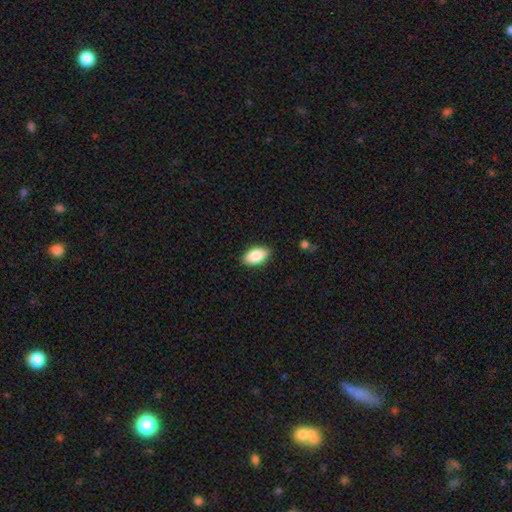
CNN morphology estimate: This appears to be a smooth galaxy with no disk features (87%) that is in between round and cigar-shaped (93%). Merging: none (88%).